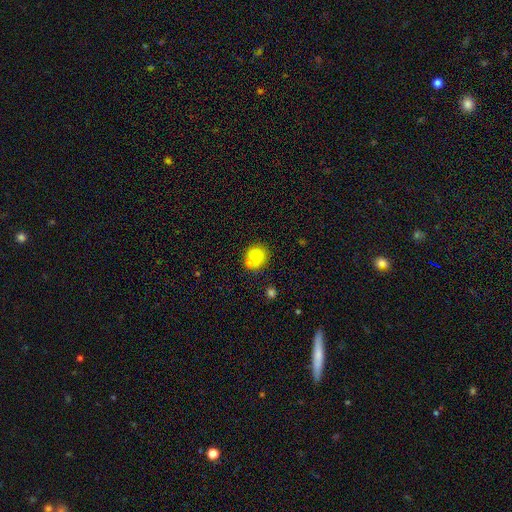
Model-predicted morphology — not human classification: Overall: smooth (76%). How rounded: round (78%). Merging: none (62%).